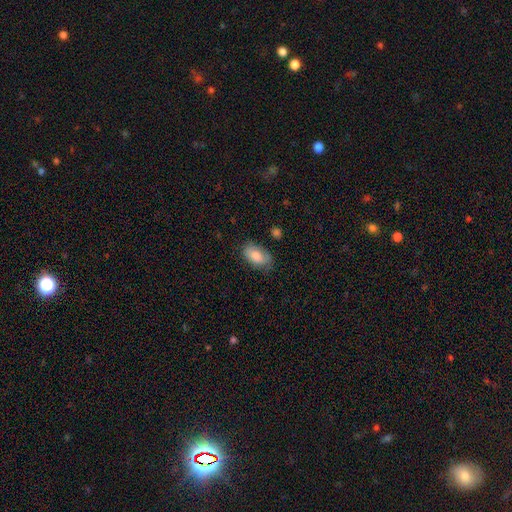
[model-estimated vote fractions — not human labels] Smooth or featured?
  - smooth: 79% *
  - featured or disk: 14%
  - star or artifact: 7%
How rounded?
  - in between: 92% *
  - round: 5%
  - cigar-shaped: 2%
Merging?
  - none: 68% *
  - minor disturbance: 25%
  - major disturbance: 6%
  - merger: 2%